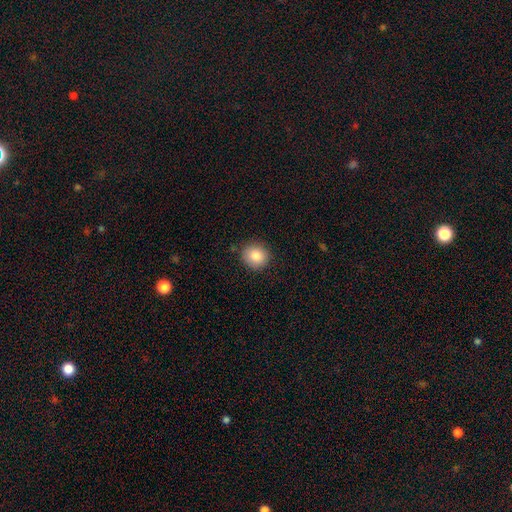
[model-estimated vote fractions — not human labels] The model was most divided on "merging": none: 86%, minor disturbance: 11%, major disturbance: 2%, merger: 1%. More confident: how rounded — round (87%); smooth or featured — smooth (84%).